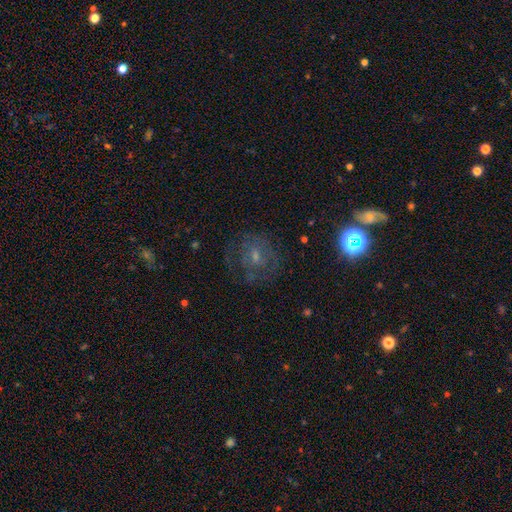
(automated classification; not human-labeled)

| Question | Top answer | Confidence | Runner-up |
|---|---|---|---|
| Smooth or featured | featured or disk | 48% | smooth (33%) |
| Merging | none | 66% | minor disturbance (17%) |